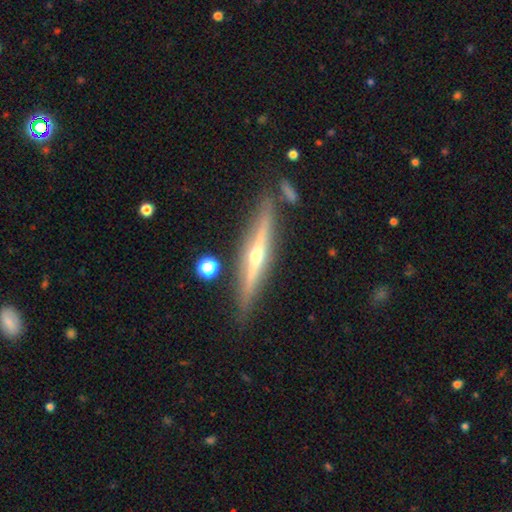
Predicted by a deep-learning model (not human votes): Q: Smooth or featured?
A: featured or disk (80%); runner-up: smooth (14%)
Q: Edge-on disk?
A: yes (96%); runner-up: no (4%)
Q: Edge-on bulge?
A: rounded (87%); runner-up: none (10%)
Q: Merging?
A: none (84%); runner-up: minor disturbance (10%)